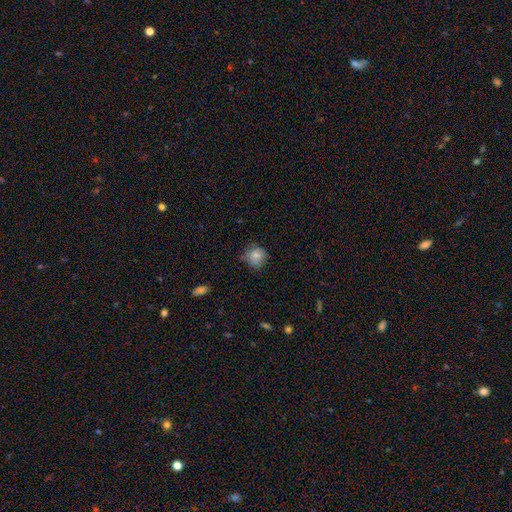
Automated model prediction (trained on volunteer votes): Smooth or featured?
  - smooth: 80% *
  - featured or disk: 11%
  - star or artifact: 9%
How rounded?
  - round: 87% *
  - in between: 12%
  - cigar-shaped: 1%
Merging?
  - none: 68% *
  - minor disturbance: 25%
  - major disturbance: 5%
  - merger: 2%